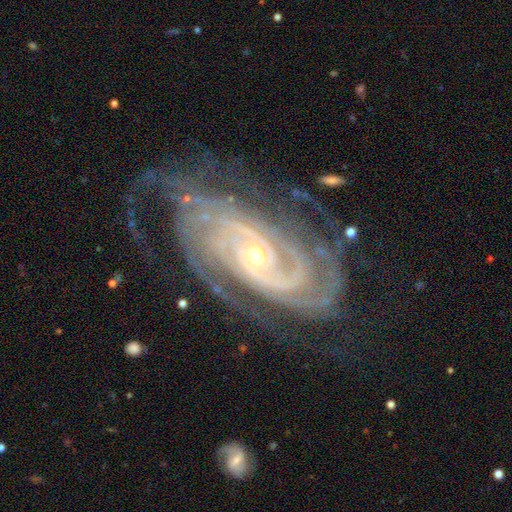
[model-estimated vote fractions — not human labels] smooth-or-featured: featured or disk: 92% | star or artifact: 5% | smooth: 3%
  disk-edge-on: no: 96% | yes: 4%
    bar: no: 64% | weak: 23% | strong: 13%
    has-spiral-arms: yes: 98% | no: 2%
      spiral-winding: tight: 73% | medium: 23% | loose: 4%
      spiral-arm-count: 2: 27% | 3: 20% | can't tell: 18% | 4: 18% | more than 4: 10% | 1: 7%
    bulge-size: small: 76% | moderate: 21% | large: 1% | none: 1% | dominant: 1%
  merging: none: 64% | minor disturbance: 20% | major disturbance: 14% | merger: 2%